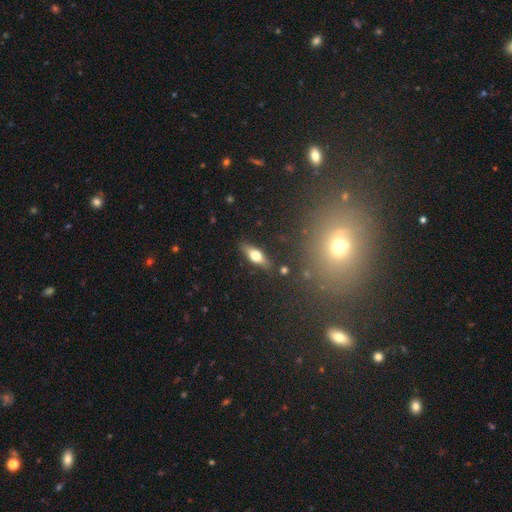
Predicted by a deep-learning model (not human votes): Smooth or featured? smooth (55%)
How rounded? in between (59%)
Merging? none (85%)